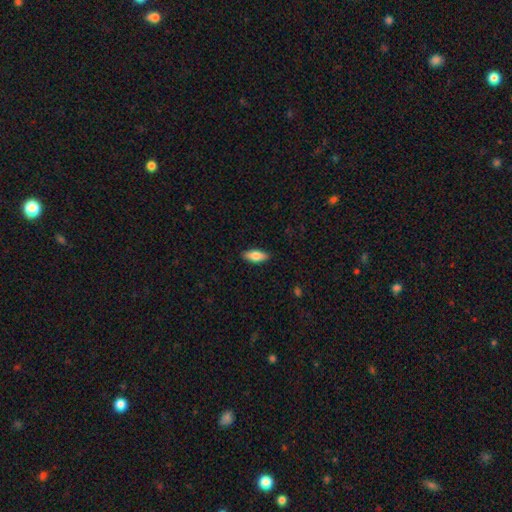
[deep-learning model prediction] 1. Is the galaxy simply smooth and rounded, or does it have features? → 79% smooth, 15% featured or disk, 6% star or artifact.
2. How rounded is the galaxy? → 77% in between, 20% cigar-shaped, 2% round.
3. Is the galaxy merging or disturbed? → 88% none, 9% minor disturbance, 2% major disturbance, 1% merger.